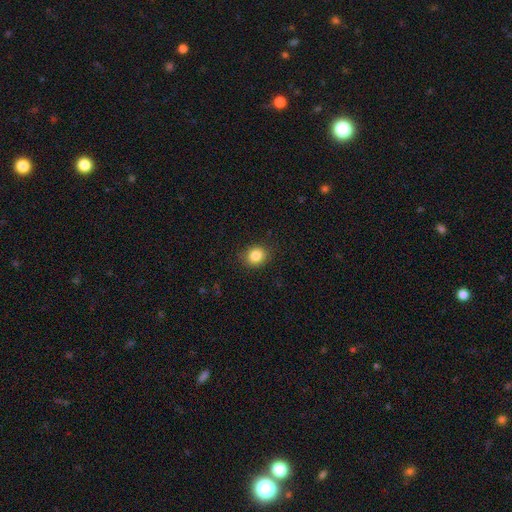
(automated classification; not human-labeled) The model was most divided on "how rounded": round: 73%, in between: 26%, cigar-shaped: 1%. More confident: merging — none (86%); smooth or featured — smooth (85%).